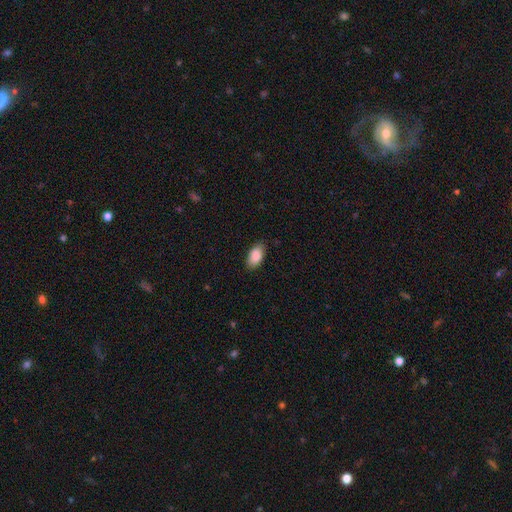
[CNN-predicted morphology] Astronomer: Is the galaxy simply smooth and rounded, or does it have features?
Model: smooth — 89%.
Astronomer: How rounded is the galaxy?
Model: in between — 94%.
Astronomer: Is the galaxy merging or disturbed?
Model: none — 85%.